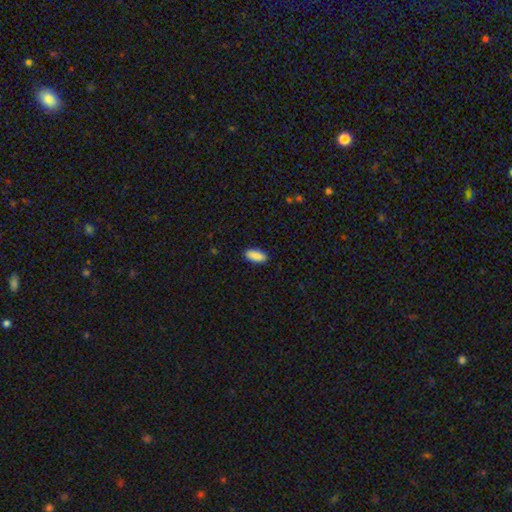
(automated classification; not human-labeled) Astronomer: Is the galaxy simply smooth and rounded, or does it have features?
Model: smooth — 90%.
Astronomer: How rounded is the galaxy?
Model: in between — 87%.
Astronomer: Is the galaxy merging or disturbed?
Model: none — 89%.